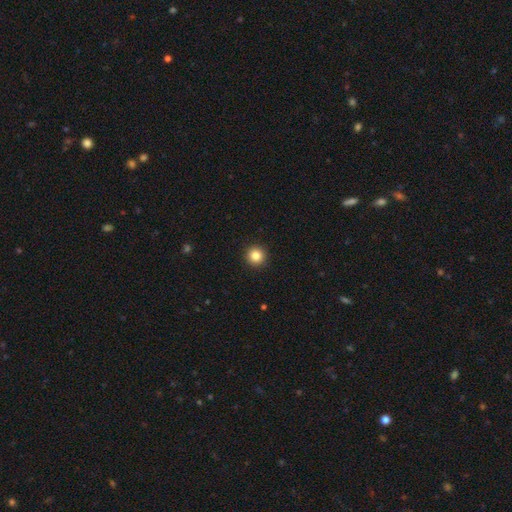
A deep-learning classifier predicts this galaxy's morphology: smooth_or_featured: smooth (p=0.84) [alt: star or artifact p=0.11]
how_rounded: round (p=0.96) [alt: in between p=0.03]
merging: none (p=0.93) [alt: minor disturbance p=0.04]